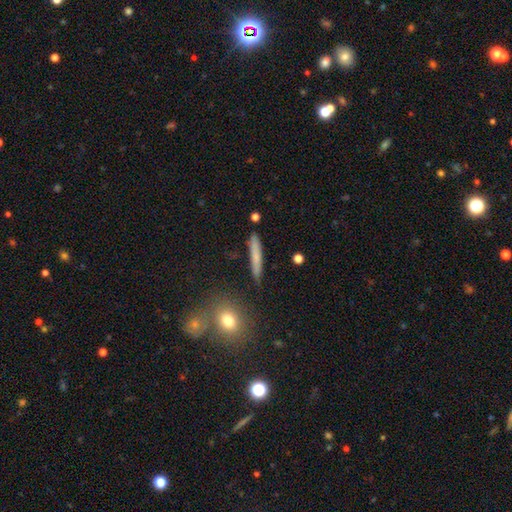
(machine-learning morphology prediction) A smooth galaxy with no disk features (69%) that is cigar-shaped (93%). Merging: none (85%).